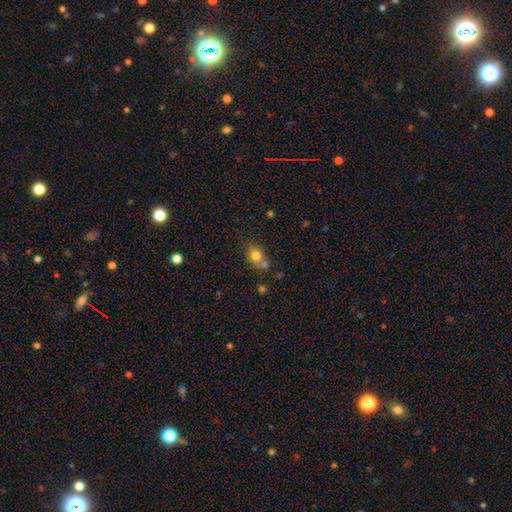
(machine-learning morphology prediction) smooth 78%, star or artifact 11%, featured or disk 11%. Down the decision tree: how rounded — round (54%); merging — none (51%).